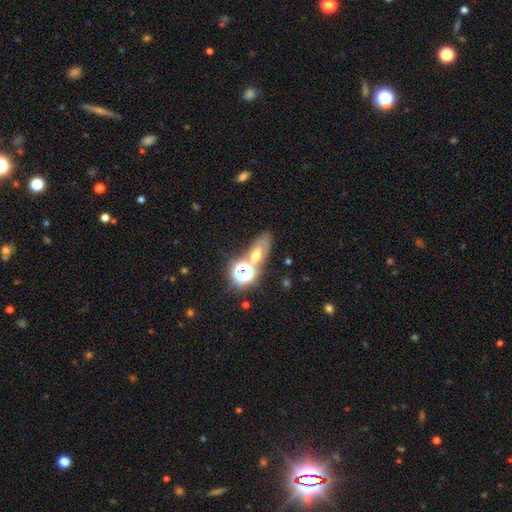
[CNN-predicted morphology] smooth-or-featured: smooth: 41% | star or artifact: 32% | featured or disk: 27%
  merging: none: 49% | merger: 27% | minor disturbance: 15% | major disturbance: 10%